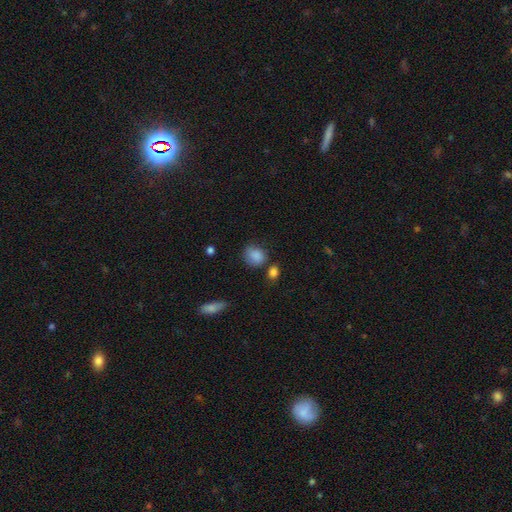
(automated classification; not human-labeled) Overall: smooth (84%). How rounded: round (68%; in between 31%). Merging: none (59%; minor disturbance 26%).